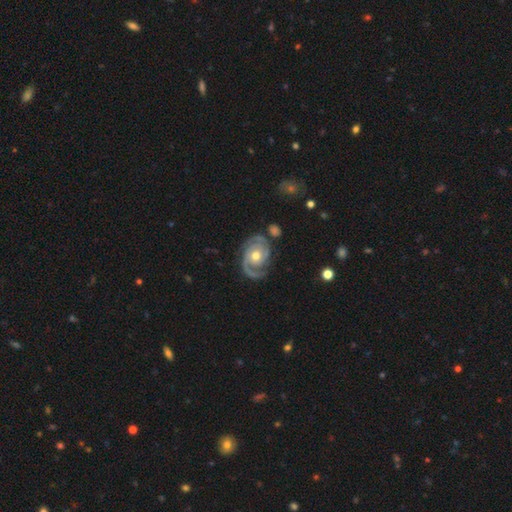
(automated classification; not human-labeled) featured or disk 91%, smooth 5%, star or artifact 4%. Down the decision tree: edge-on disk — no (98%); bar — no (74%); spiral arms — yes (97%); spiral arm count — 2 (74%); spiral winding — tight (55%); bulge size — moderate (75%); merging — none (73%).